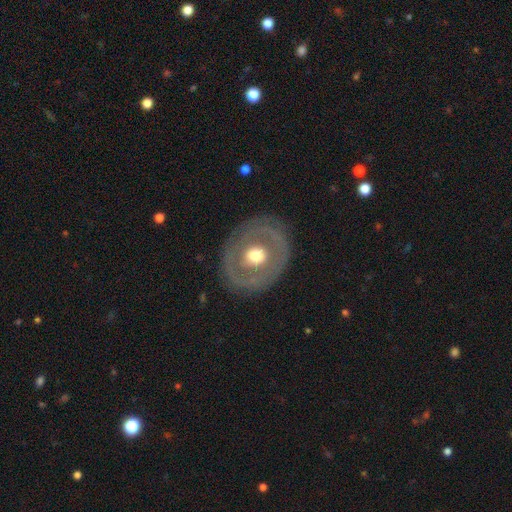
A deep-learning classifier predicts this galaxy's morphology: type=featured or disk (58%); edge-on=no (94%); bar=no (77%); spiral arms=no (83%); bulge=moderate (67%); merging=none (82%).